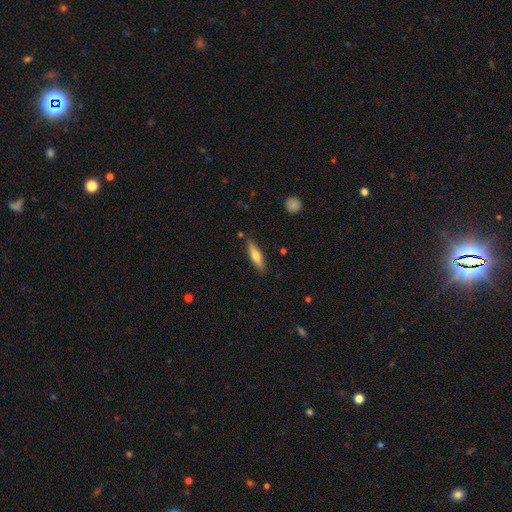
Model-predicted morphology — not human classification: Smooth or featured? smooth (60%)
How rounded? cigar-shaped (72%)
Merging? none (84%)